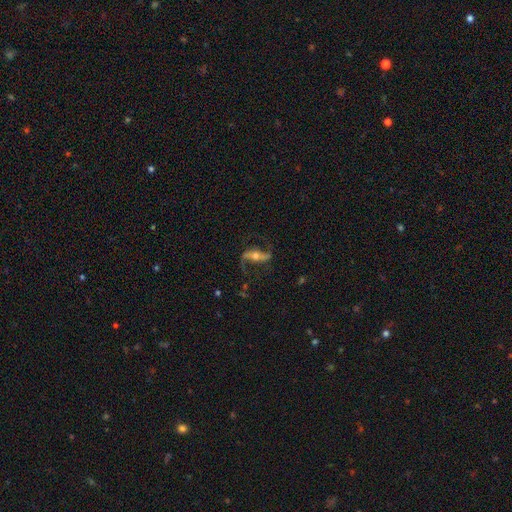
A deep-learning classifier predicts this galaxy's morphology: smooth_or_featured: featured or disk (p=0.85) [alt: smooth p=0.08]
disk_edge_on: no (p=0.90) [alt: yes p=0.10]
bar: strong (p=0.49) [alt: no p=0.26]
has_spiral_arms: yes (p=0.95) [alt: no p=0.05]
spiral_winding: loose (p=0.74) [alt: medium p=0.20]
spiral_arm_count: 2 (p=0.93) [alt: 1 p=0.03]
bulge_size: moderate (p=0.60) [alt: small p=0.31]
merging: none (p=0.75) [alt: minor disturbance p=0.13]